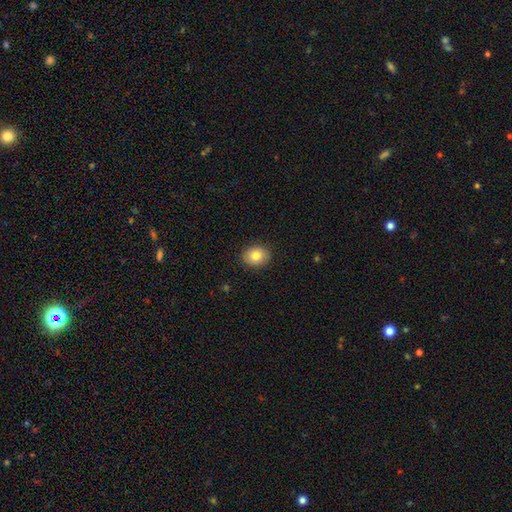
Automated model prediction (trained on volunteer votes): Smooth or featured? smooth (83%)
How rounded? round (58%)
Merging? none (90%)